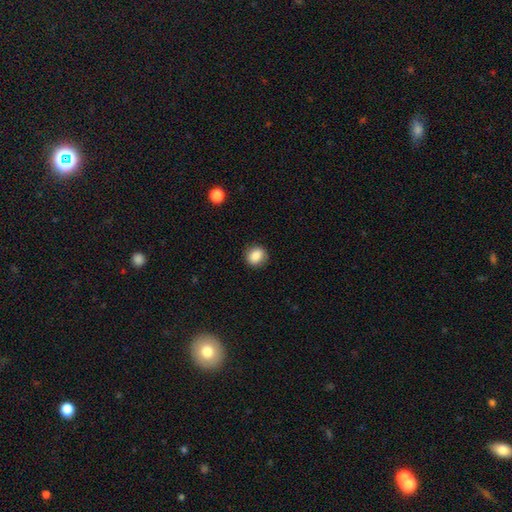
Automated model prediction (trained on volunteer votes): Overall: smooth (85%). How rounded: round (76%). Merging: none (87%).